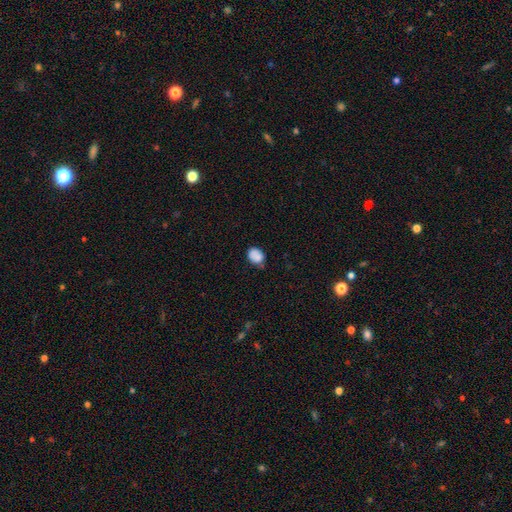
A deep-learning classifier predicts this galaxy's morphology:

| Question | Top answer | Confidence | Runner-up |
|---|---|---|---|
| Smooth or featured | smooth | 85% | star or artifact (9%) |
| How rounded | in between | 61% | round (38%) |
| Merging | none | 62% | minor disturbance (29%) |